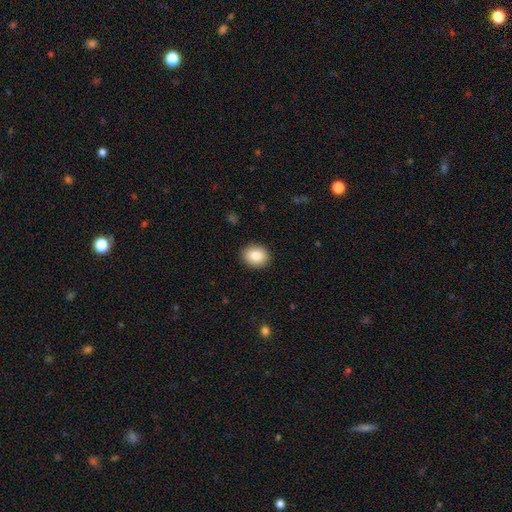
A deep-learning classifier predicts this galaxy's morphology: Smooth or featured? Predicted: smooth (p=0.87). How rounded? Predicted: round (p=0.54). Merging? Predicted: none (p=0.90).